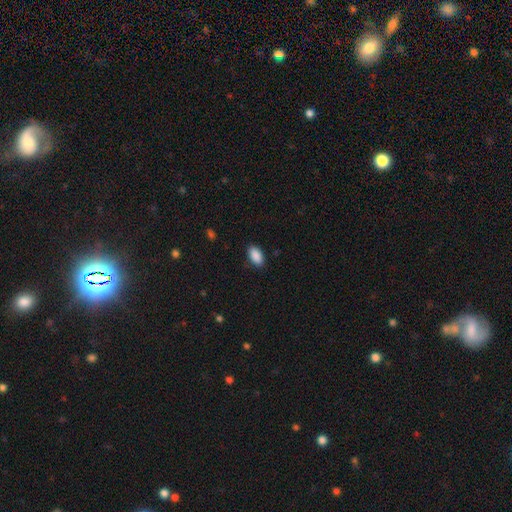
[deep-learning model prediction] smooth_or_featured: smooth (p=0.90) [alt: star or artifact p=0.07]
how_rounded: in between (p=0.94) [alt: round p=0.04]
merging: none (p=0.86) [alt: minor disturbance p=0.10]